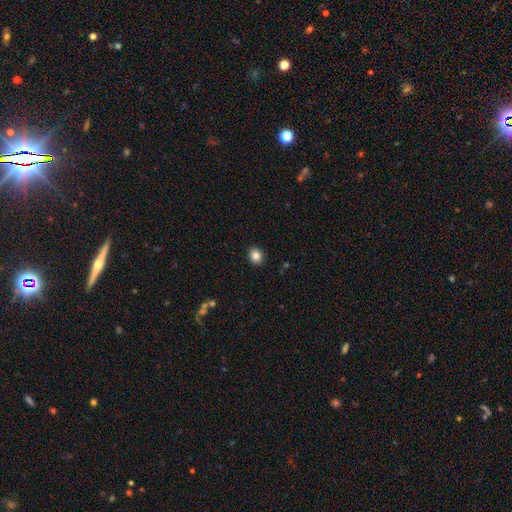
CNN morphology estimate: type=smooth (85%); roundness=round (71%); merging=none (92%).